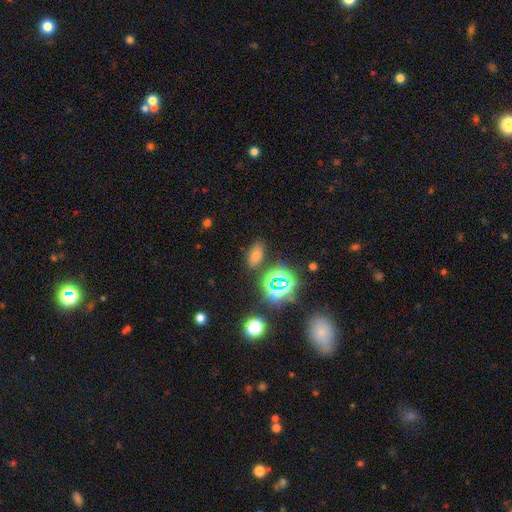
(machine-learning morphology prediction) type=smooth (52%); roundness=in between (81%); merging=none (81%).